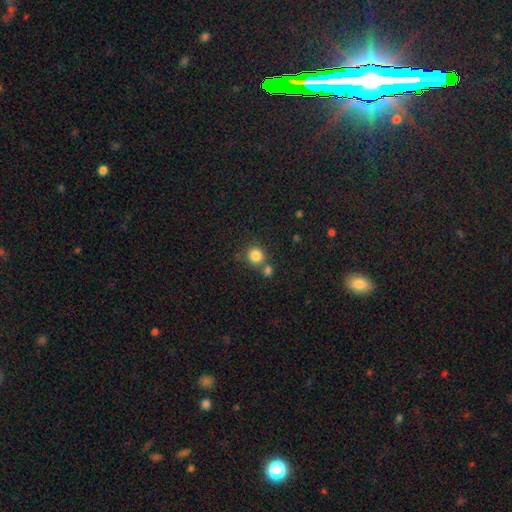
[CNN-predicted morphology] Smooth or featured: smooth — 84% (star or artifact — 11%)
How rounded: round — 90% (in between — 9%)
Merging: none — 65% (merger — 23%)